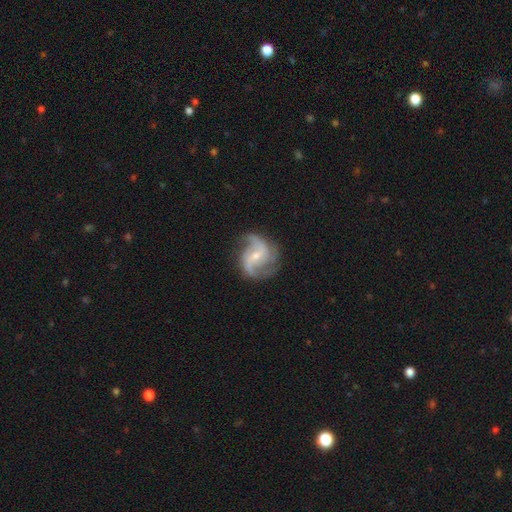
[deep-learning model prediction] Q: Smooth or featured?
A: featured or disk (89%); runner-up: smooth (6%)
Q: Edge-on disk?
A: no (98%); runner-up: yes (2%)
Q: Bar?
A: weak (46%); runner-up: no (37%)
Q: Spiral arms?
A: yes (97%); runner-up: no (3%)
Q: Spiral winding?
A: medium (51%); runner-up: loose (34%)
Q: Spiral arm count?
A: 2 (50%); runner-up: 3 (31%)
Q: Bulge size?
A: small (56%); runner-up: moderate (40%)
Q: Merging?
A: none (71%); runner-up: minor disturbance (18%)